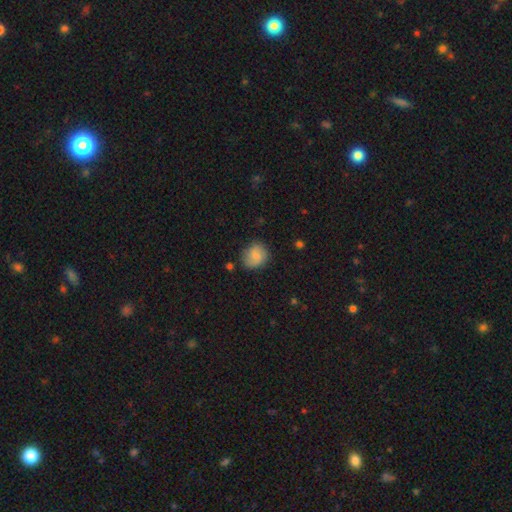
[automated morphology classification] This is likely a smooth galaxy (73%). How rounded: likely round (78%). Merging: likely none (75%).